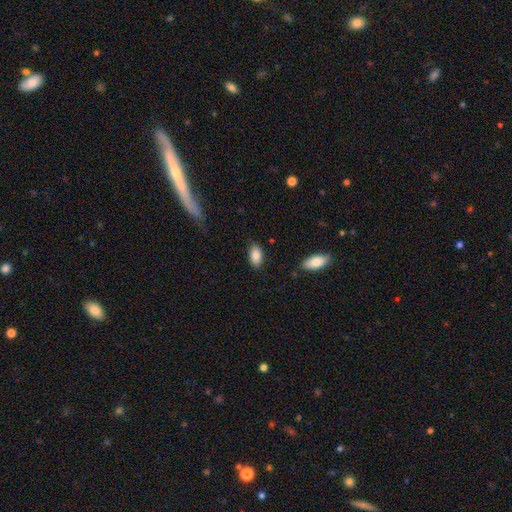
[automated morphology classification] A smooth galaxy with no disk features (85%) that is in between round and cigar-shaped (93%). Merging: none (82%).